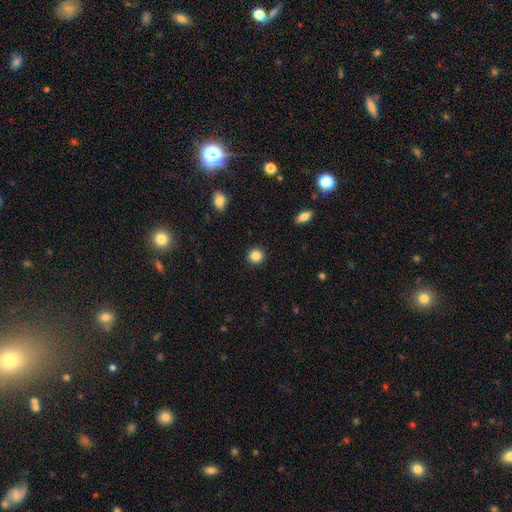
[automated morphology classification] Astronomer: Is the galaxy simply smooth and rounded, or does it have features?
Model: smooth — 86%.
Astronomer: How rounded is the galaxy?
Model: round — 91%.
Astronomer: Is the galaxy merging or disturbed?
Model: none — 92%.